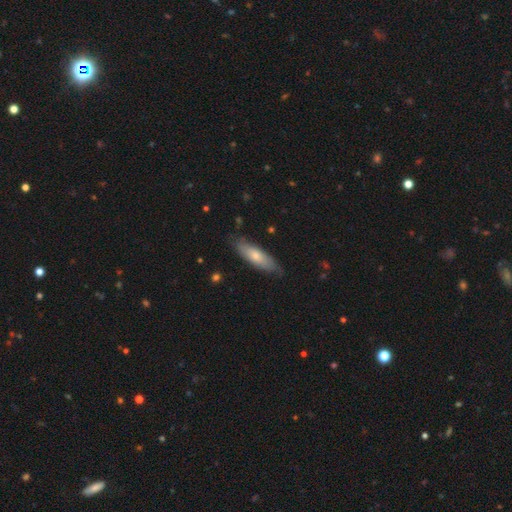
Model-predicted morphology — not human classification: The model was most divided on "how rounded": in between: 50%, cigar-shaped: 48%, round: 2%. More confident: merging — none (76%); smooth or featured — smooth (65%).